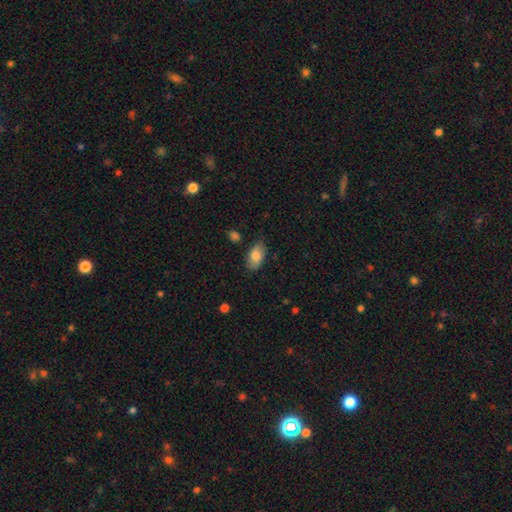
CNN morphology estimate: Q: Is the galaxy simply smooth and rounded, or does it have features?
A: smooth — 82%.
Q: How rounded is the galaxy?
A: in between — 93%.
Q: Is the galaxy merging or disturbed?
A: none — 79%.